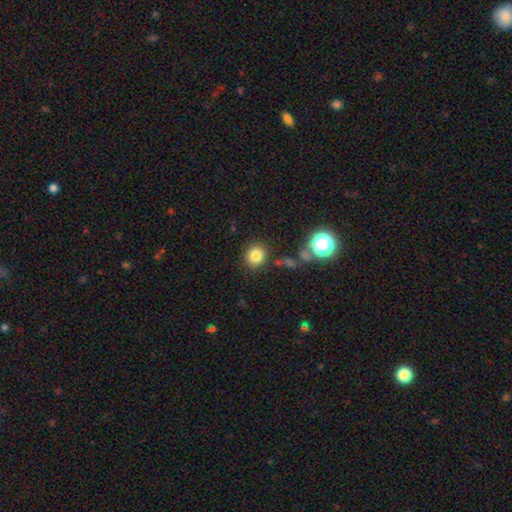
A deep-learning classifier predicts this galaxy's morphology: The model was most divided on "how rounded": round: 84%, in between: 15%, cigar-shaped: 1%. More confident: merging — none (85%); smooth or featured — smooth (82%).